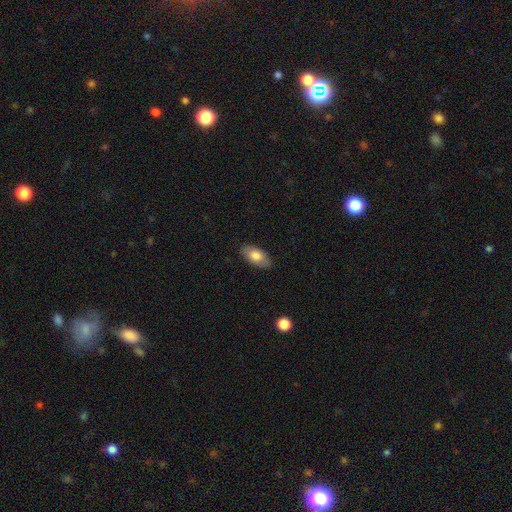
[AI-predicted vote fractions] The model was most divided on "smooth or featured": smooth: 75%, featured or disk: 19%, star or artifact: 6%. More confident: how rounded — in between (93%); merging — none (85%).